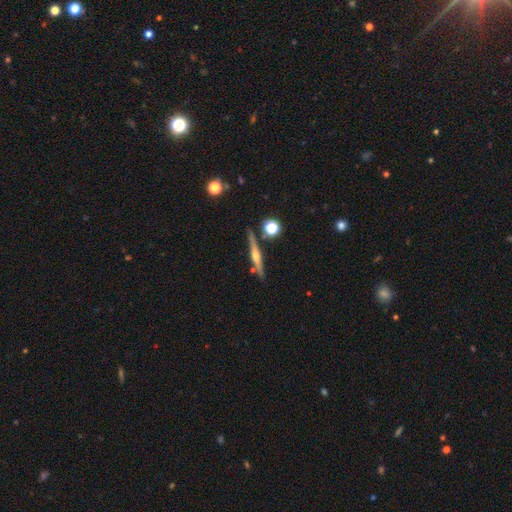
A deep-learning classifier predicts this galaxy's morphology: This is likely a featured or disk galaxy (72%). It is clearly viewed edge-on (97%). Edge-on bulge: clearly rounded (87%). Merging: clearly none (84%).